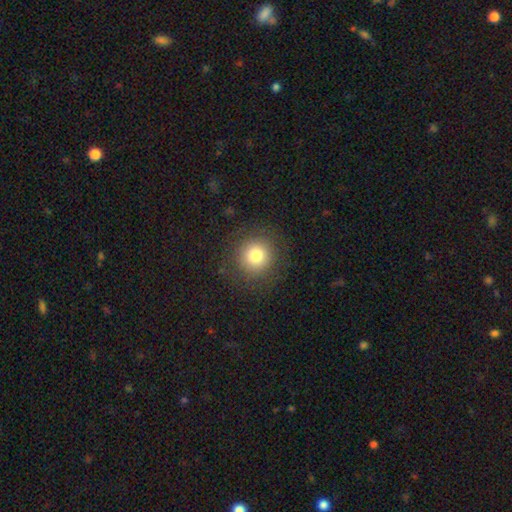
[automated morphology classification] This is likely a smooth galaxy (78%). How rounded: clearly round (94%). Merging: clearly none (87%).